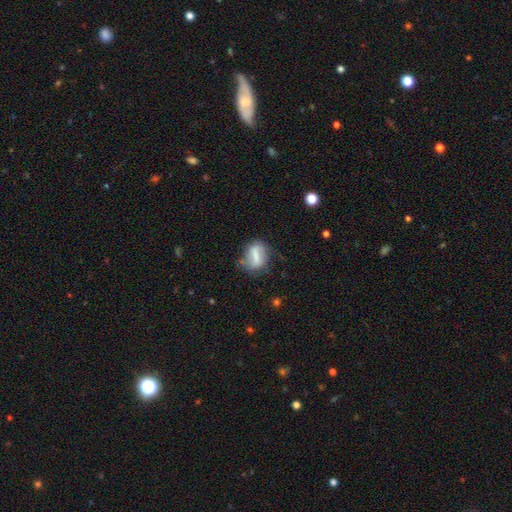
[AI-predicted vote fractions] This appears to be a featured or disk galaxy (47%). Merging: none (61%).